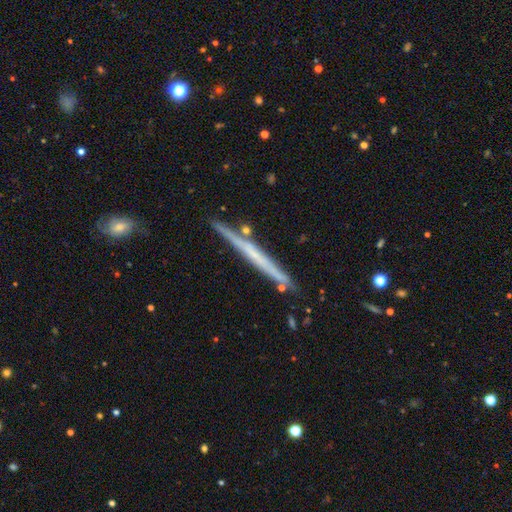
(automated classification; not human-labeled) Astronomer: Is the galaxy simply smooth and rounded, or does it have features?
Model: featured or disk — 59% (runner-up: smooth, 34%).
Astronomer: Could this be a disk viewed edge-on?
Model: yes — 97%.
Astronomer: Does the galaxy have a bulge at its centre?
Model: none — 85%.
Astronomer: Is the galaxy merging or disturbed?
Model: none — 85%.